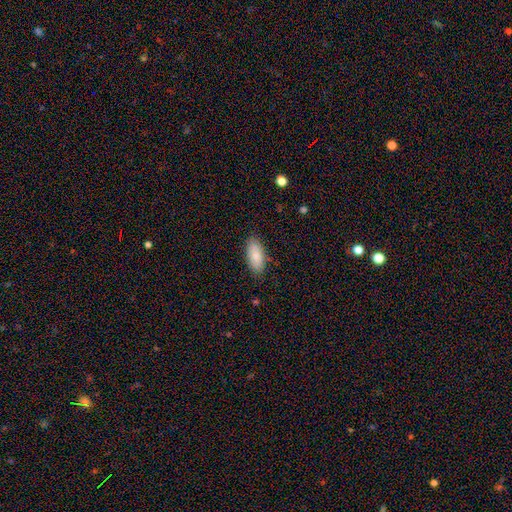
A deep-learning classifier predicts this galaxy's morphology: This appears to be a smooth galaxy with no disk features (84%) that is in between round and cigar-shaped (88%). Merging: none (86%).